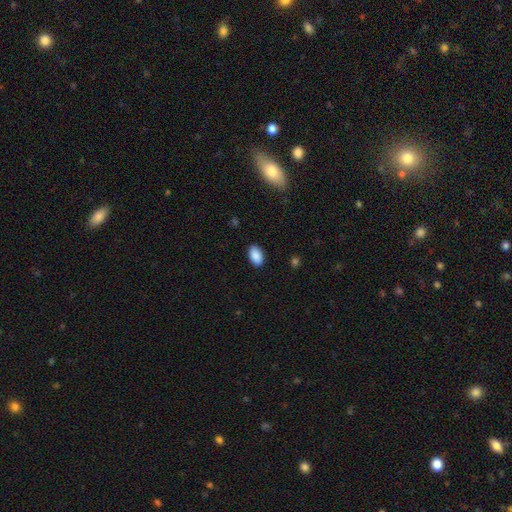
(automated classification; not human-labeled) Morphology: type=smooth (90%); roundness=in between (93%); merging=none (88%).